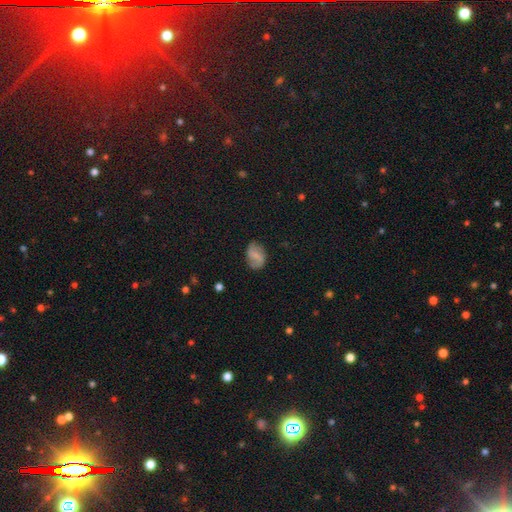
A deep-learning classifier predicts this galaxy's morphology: This is possibly a featured or disk galaxy (46%). Merging: likely none (76%).